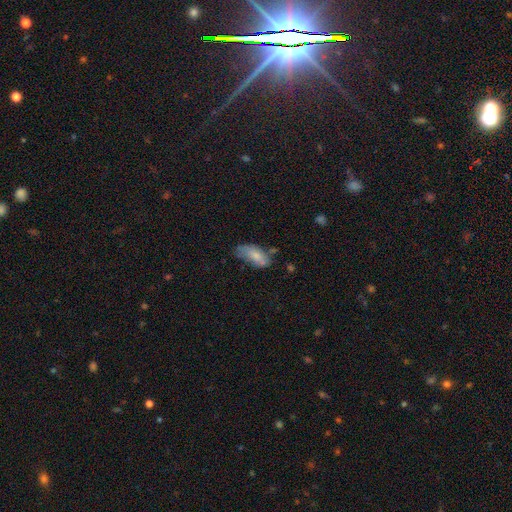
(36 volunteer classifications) Smooth or featured?
  - smooth: 92% *
  - featured or disk: 8%
  - star or artifact: 0%
How rounded?
  - in between: 88% *
  - round: 6%
  - cigar-shaped: 6%
Merging?
  - minor disturbance: 42% *
  - none: 31%
  - merger: 17%
  - major disturbance: 11%